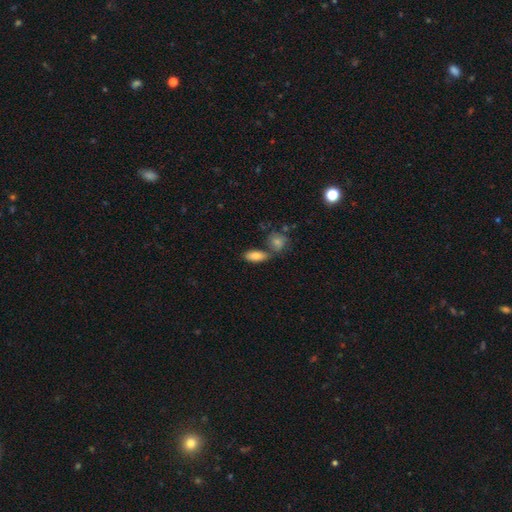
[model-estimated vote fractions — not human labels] Smooth or featured: smooth — 81% (featured or disk — 12%)
How rounded: in between — 85% (cigar-shaped — 11%)
Merging: none — 58% (merger — 26%)